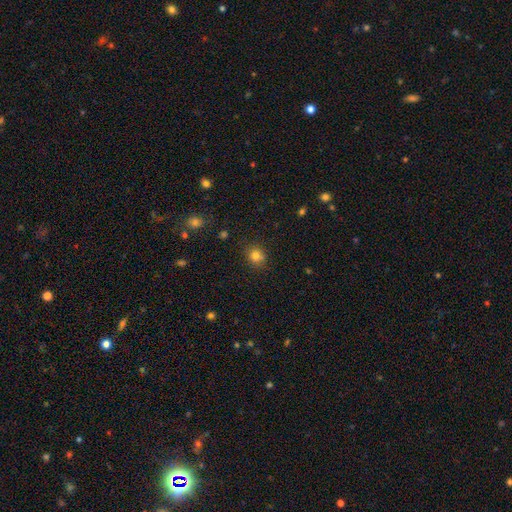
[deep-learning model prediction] This appears to be a smooth galaxy with no disk features (79%) that is round (77%). Merging: none (83%).